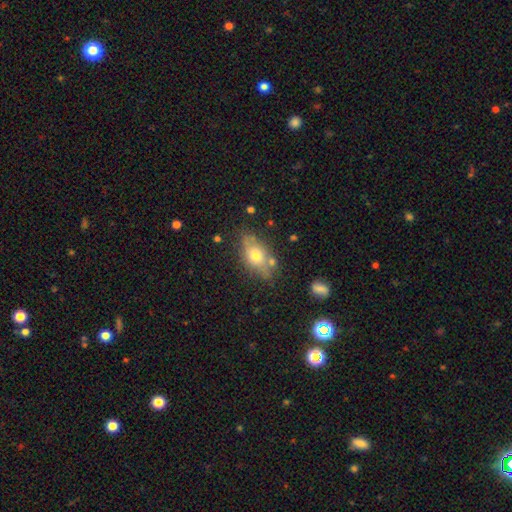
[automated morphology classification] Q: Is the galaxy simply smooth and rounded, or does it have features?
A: smooth — 61%.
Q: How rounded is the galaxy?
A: in between — 78%.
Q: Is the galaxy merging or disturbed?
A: none — 69%.